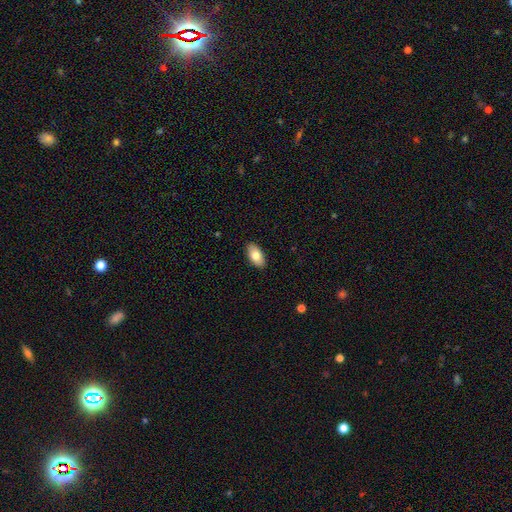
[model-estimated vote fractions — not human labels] Overall: smooth (78%). How rounded: in between (93%). Merging: none (89%).